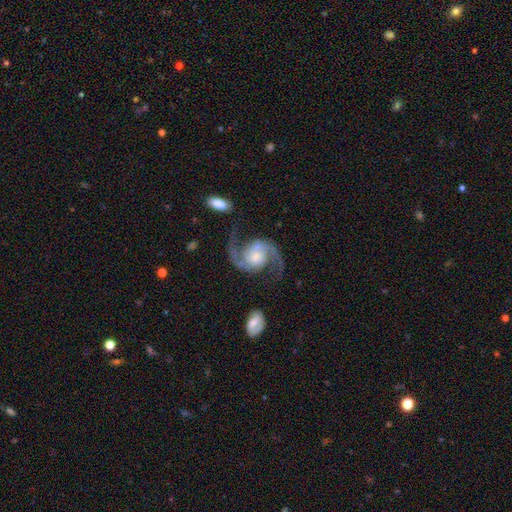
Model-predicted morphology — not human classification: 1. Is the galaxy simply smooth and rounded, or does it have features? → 92% featured or disk, 4% star or artifact, 3% smooth.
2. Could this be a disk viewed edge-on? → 98% no, 2% yes.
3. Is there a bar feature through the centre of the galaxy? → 65% no, 27% weak, 8% strong.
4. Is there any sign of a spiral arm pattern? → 98% yes, 2% no.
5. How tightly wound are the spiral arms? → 49% medium, 41% loose, 10% tight.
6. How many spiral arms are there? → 95% 2, 1% can't tell, 1% 1, 1% 3, 1% 4, 1% more than 4.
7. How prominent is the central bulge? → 39% small, 38% moderate, 13% large, 7% none, 3% dominant.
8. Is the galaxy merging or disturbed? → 74% none, 14% minor disturbance, 8% major disturbance, 4% merger.